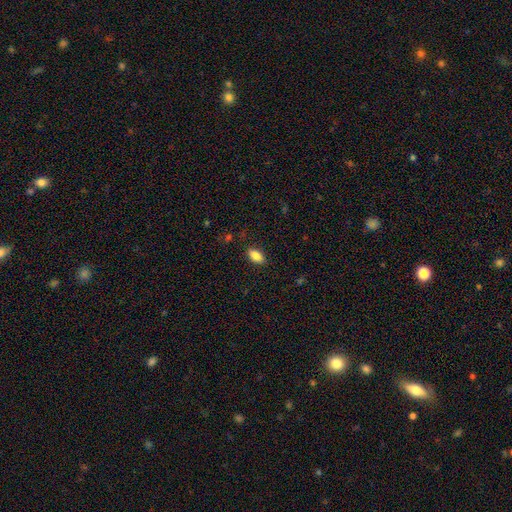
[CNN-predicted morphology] type=smooth (85%); roundness=in between (89%); merging=none (87%).